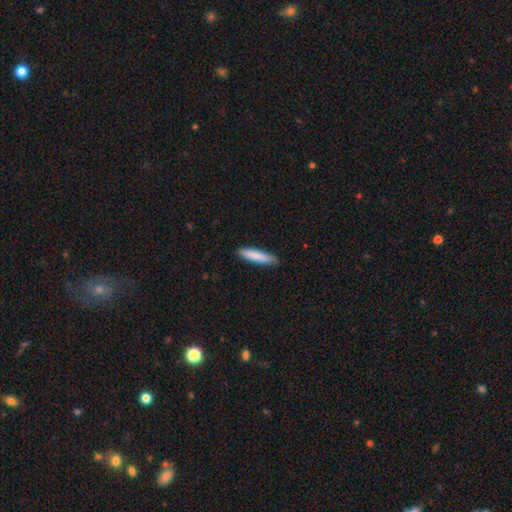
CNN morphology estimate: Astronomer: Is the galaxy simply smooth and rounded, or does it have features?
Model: smooth — 84%.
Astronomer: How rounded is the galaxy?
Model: cigar-shaped — 86%.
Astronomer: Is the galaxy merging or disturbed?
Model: none — 84%.